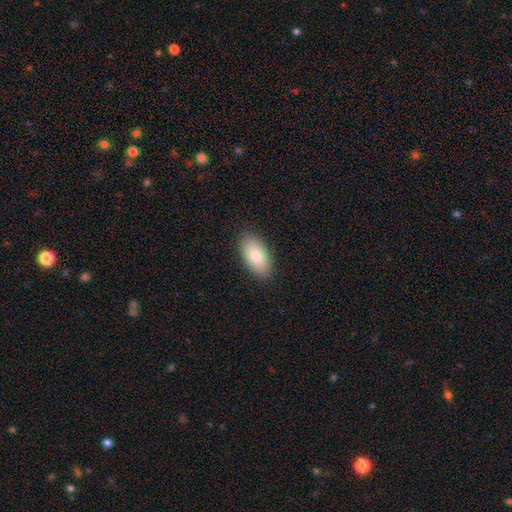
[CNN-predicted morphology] The model was most divided on "smooth or featured": smooth: 83%, featured or disk: 11%, star or artifact: 6%. More confident: how rounded — in between (94%); merging — none (89%).